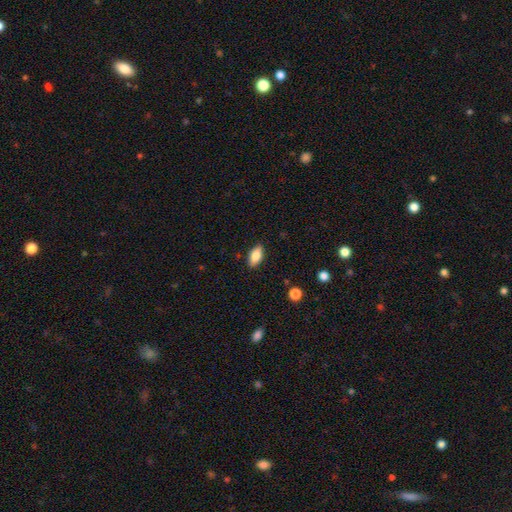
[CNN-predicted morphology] Smooth or featured: smooth — 79% (featured or disk — 14%)
How rounded: in between — 88% (cigar-shaped — 9%)
Merging: none — 86% (minor disturbance — 10%)